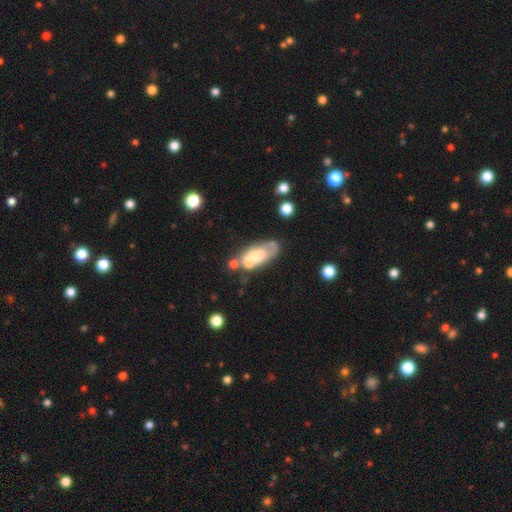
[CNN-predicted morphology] This is possibly a smooth galaxy (48%). Merging: marginally none (43%).